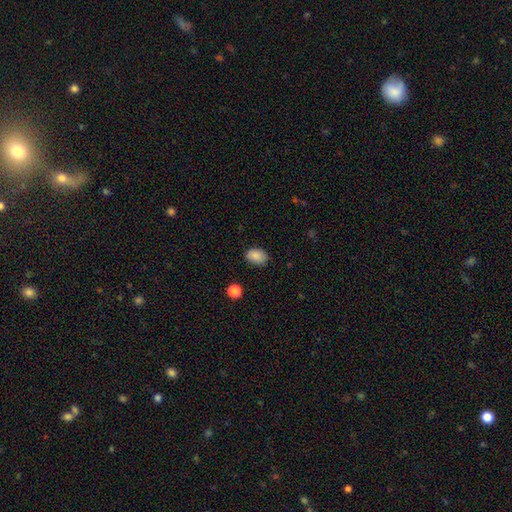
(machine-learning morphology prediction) This is clearly a smooth galaxy (87%). How rounded: clearly in between (81%). Merging: clearly none (82%).